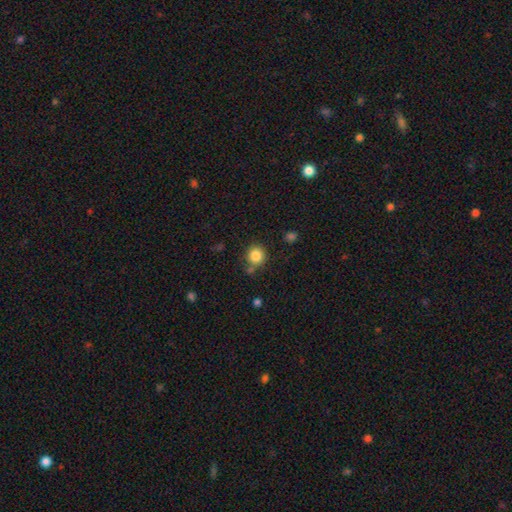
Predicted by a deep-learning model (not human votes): smooth_or_featured: smooth (p=0.84) [alt: star or artifact p=0.11]
how_rounded: round (p=0.89) [alt: in between p=0.10]
merging: none (p=0.74) [alt: minor disturbance p=0.13]